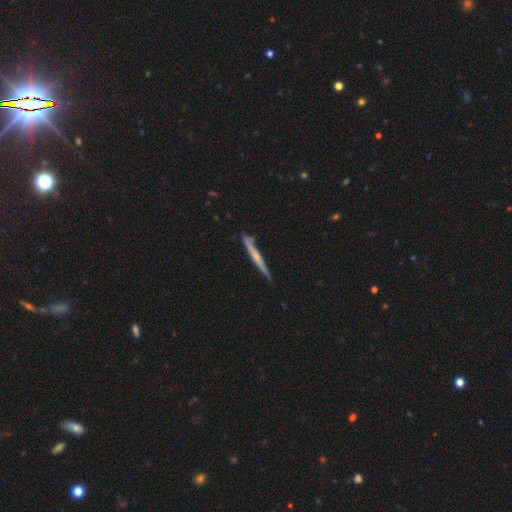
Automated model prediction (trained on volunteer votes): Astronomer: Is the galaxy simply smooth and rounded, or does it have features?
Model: featured or disk — 55% (runner-up: smooth, 40%).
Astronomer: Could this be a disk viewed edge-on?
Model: yes — 96%.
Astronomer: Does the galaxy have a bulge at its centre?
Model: none — 58%.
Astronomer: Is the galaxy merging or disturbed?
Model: none — 81%.